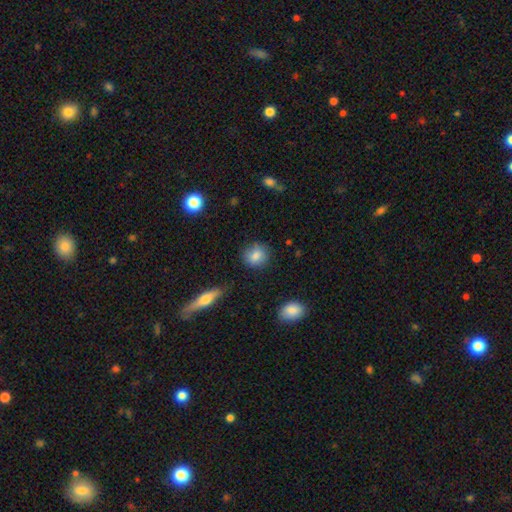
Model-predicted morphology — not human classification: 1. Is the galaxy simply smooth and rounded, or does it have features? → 83% smooth, 9% star or artifact, 8% featured or disk.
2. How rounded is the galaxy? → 81% round, 17% in between, 2% cigar-shaped.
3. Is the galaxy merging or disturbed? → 82% none, 13% minor disturbance, 3% major disturbance, 2% merger.